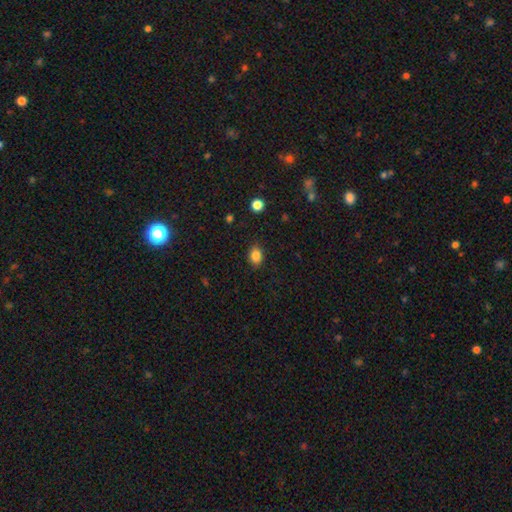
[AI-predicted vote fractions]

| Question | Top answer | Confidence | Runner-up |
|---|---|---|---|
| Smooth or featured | smooth | 85% | star or artifact (10%) |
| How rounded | in between | 62% | round (37%) |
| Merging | none | 87% | minor disturbance (9%) |